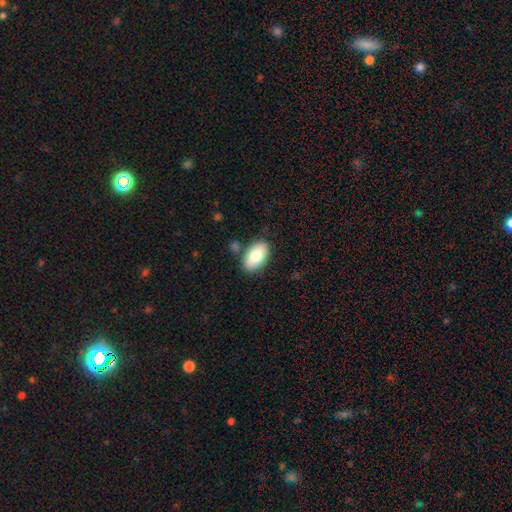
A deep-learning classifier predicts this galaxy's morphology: This is clearly a smooth galaxy (80%). How rounded: clearly in between (94%). Merging: clearly none (81%).